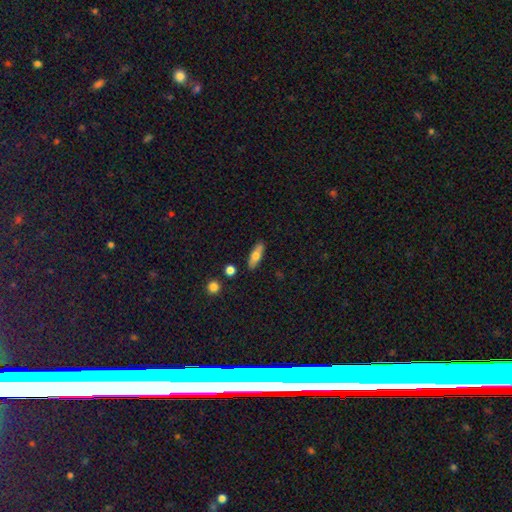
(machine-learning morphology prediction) type=smooth (68%); roundness=in between (58%); merging=none (85%).